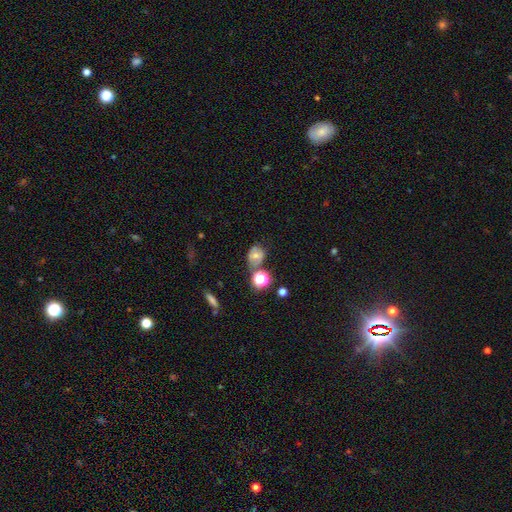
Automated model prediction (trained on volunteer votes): Smooth or featured: smooth — 42% (star or artifact — 34%)
Merging: none — 61% (minor disturbance — 16%)